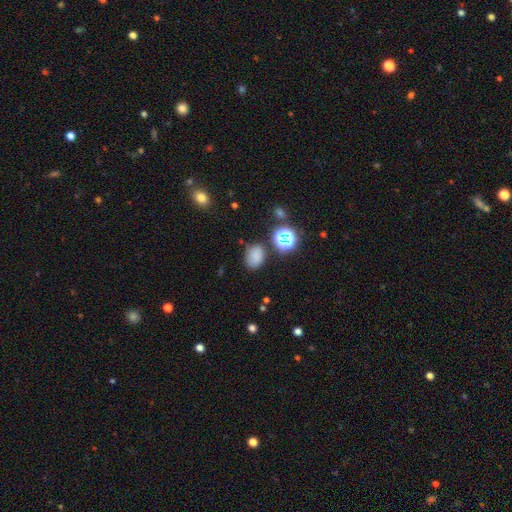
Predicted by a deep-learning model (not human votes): Overall: smooth (74%). How rounded: in between (68%; round 31%). Merging: none (72%).